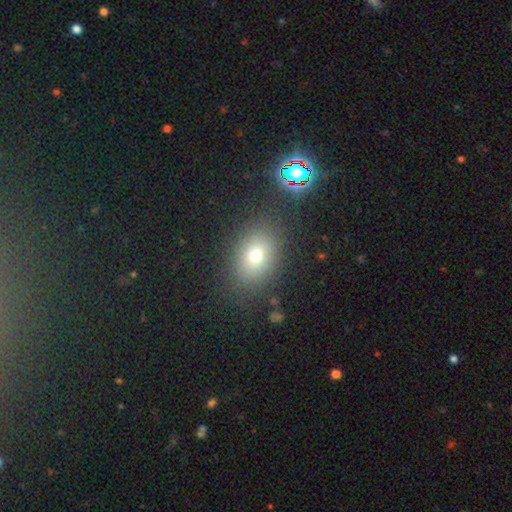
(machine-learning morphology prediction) type=smooth (72%); roundness=in between (67%); merging=none (83%).